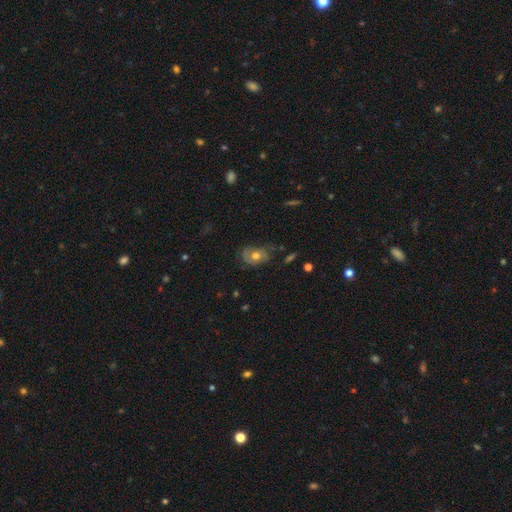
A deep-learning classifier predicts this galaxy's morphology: smooth_or_featured: smooth (p=0.51) [alt: featured or disk p=0.40]
how_rounded: in between (p=0.66) [alt: round p=0.32]
merging: none (p=0.56) [alt: minor disturbance p=0.28]